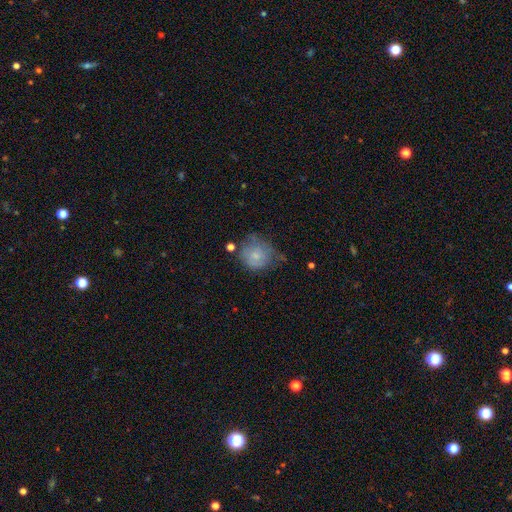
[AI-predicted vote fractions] A smooth galaxy with no disk features (68%) that is round (83%).

Vote fractions:
- Smooth or featured? smooth: 68% / featured or disk: 23% / star or artifact: 9%
- How rounded? round: 83% / in between: 16% / cigar-shaped: 1%
- Merging? none: 44% / minor disturbance: 34% / major disturbance: 17% / merger: 6%